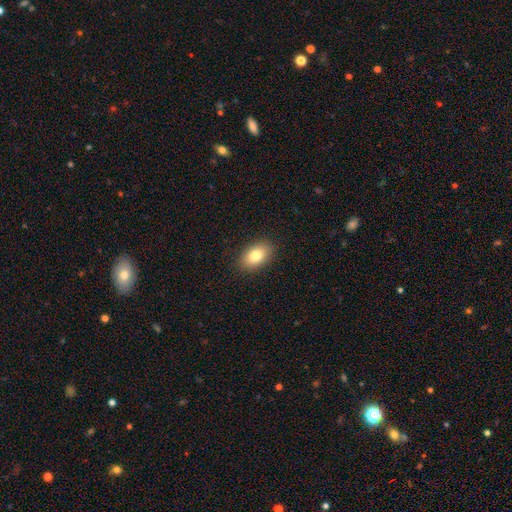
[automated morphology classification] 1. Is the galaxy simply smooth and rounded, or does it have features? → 80% smooth, 12% featured or disk, 9% star or artifact.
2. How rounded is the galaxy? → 89% in between, 10% round, 2% cigar-shaped.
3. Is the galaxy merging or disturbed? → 89% none, 8% minor disturbance, 2% major disturbance, 1% merger.